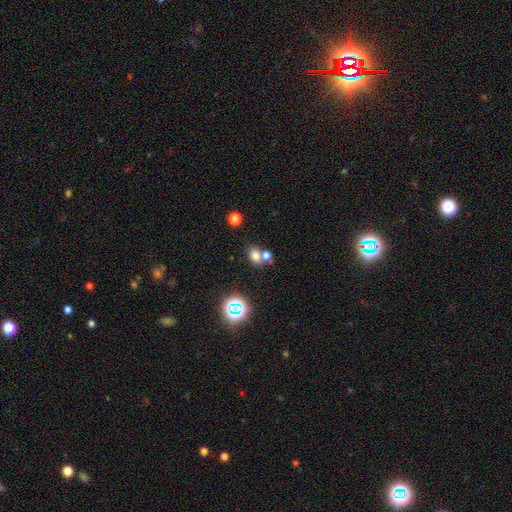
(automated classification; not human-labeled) smooth_or_featured: smooth (p=0.73) [alt: star or artifact p=0.18]
how_rounded: in between (p=0.65) [alt: round p=0.34]
merging: none (p=0.49) [alt: merger p=0.37]